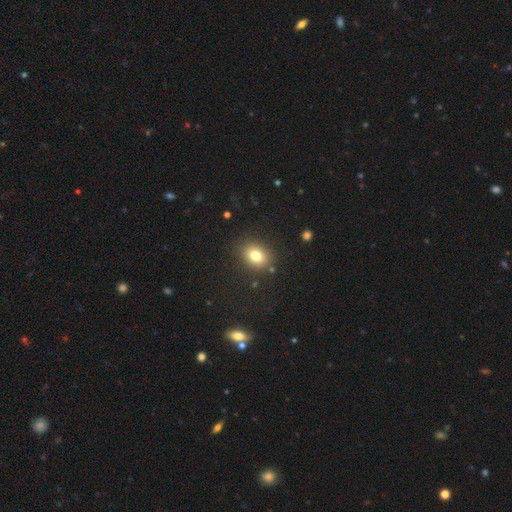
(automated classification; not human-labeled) smooth 77%, star or artifact 13%, featured or disk 10%. Down the decision tree: how rounded — in between (52%); merging — none (86%).